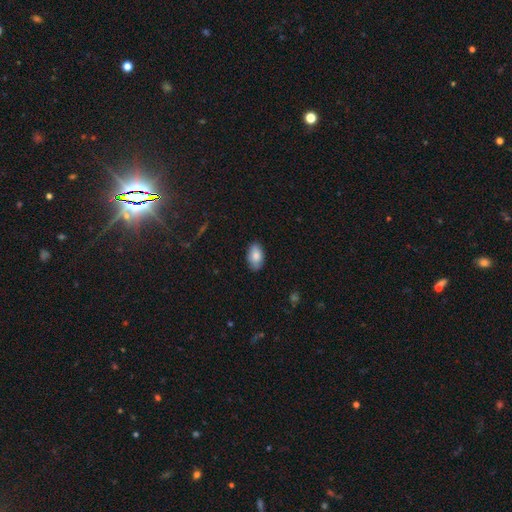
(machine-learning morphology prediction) A smooth galaxy with no disk features (84%) that is in between round and cigar-shaped (93%).

Vote fractions:
- Smooth or featured? smooth: 84% / featured or disk: 9% / star or artifact: 7%
- How rounded? in between: 93% / round: 5% / cigar-shaped: 1%
- Merging? none: 82% / minor disturbance: 14% / major disturbance: 2% / merger: 1%